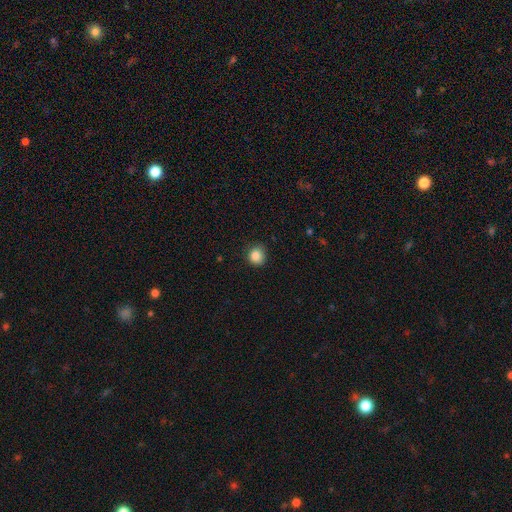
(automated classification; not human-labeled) The model was most divided on "merging": none: 82%, minor disturbance: 14%, major disturbance: 3%, merger: 1%. More confident: smooth or featured — smooth (86%); how rounded — round (85%).